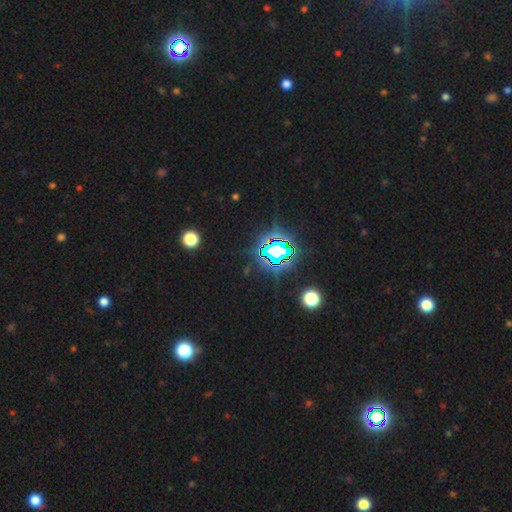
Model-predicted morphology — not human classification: A star or artifact, not a galaxy (82%).